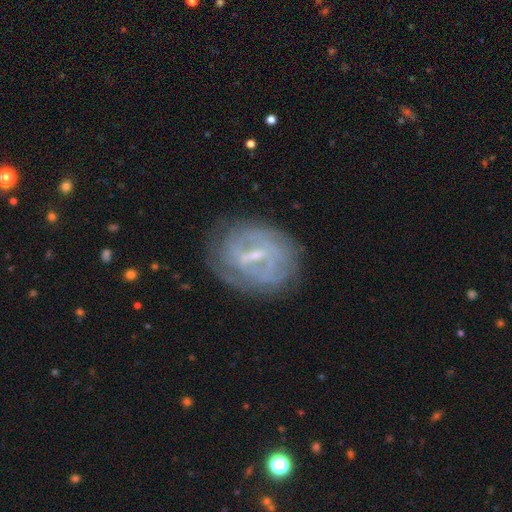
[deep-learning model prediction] This appears to be a featured or disk galaxy (78%) with a weak bar (48%), tight (59%) spiral arms (76%) and a small central bulge (62%). Merging: none (72%).